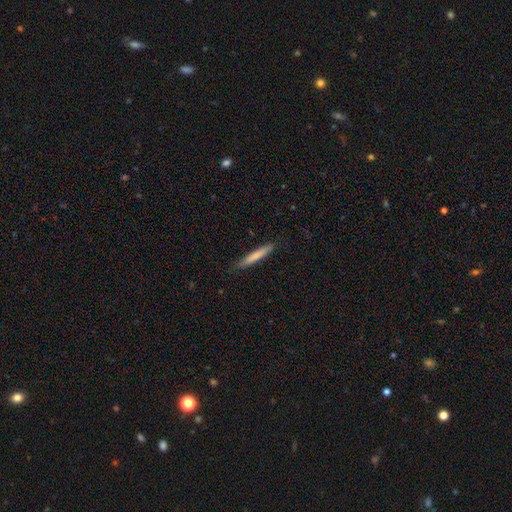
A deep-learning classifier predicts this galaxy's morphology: A smooth galaxy with no disk features (75%) that is cigar-shaped (95%).

Vote fractions:
- Smooth or featured? smooth: 75% / featured or disk: 19% / star or artifact: 6%
- How rounded? cigar-shaped: 95% / in between: 4% / round: 1%
- Merging? none: 87% / minor disturbance: 10% / major disturbance: 2% / merger: 1%